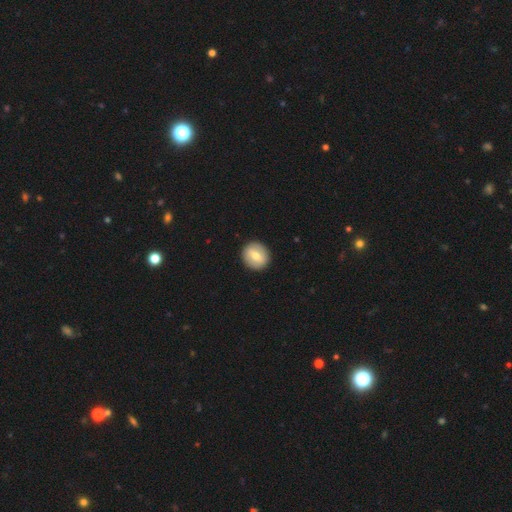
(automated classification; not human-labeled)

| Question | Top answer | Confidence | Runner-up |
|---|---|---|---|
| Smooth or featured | smooth | 62% | featured or disk (31%) |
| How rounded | round | 88% | in between (11%) |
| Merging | none | 92% | minor disturbance (6%) |